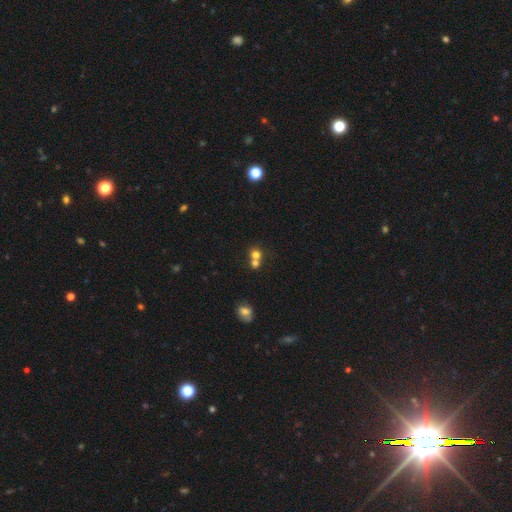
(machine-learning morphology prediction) Smooth or featured? smooth (72%)
How rounded? round (82%)
Merging? merger (56%)